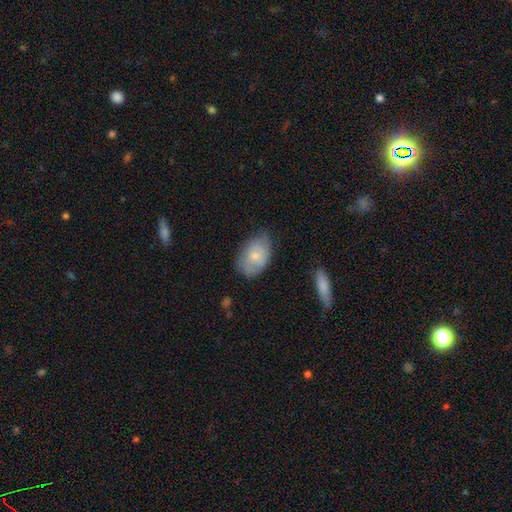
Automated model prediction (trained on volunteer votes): Q: Smooth or featured?
A: smooth (68%); runner-up: featured or disk (25%)
Q: How rounded?
A: in between (86%); runner-up: round (12%)
Q: Merging?
A: none (60%); runner-up: minor disturbance (31%)